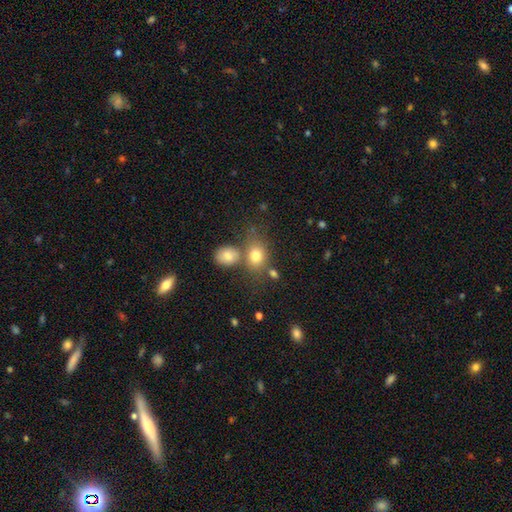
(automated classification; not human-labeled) Overall: smooth (78%). How rounded: in between (56%; round 43%). Merging: none (53%; merger 27%).